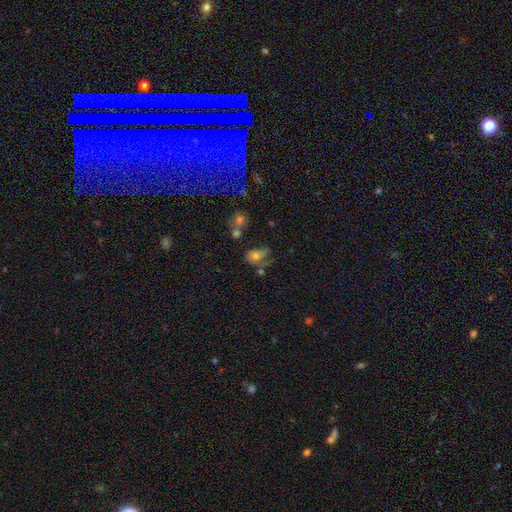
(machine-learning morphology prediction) Smooth or featured: smooth — 58% (featured or disk — 26%)
How rounded: in between — 65% (round — 33%)
Merging: none — 32% (major disturbance — 26%)